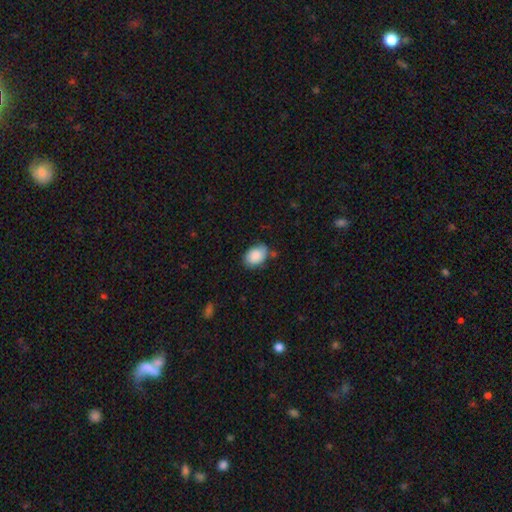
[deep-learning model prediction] Smooth or featured: smooth — 82% (featured or disk — 10%)
How rounded: in between — 73% (round — 26%)
Merging: none — 66% (minor disturbance — 25%)